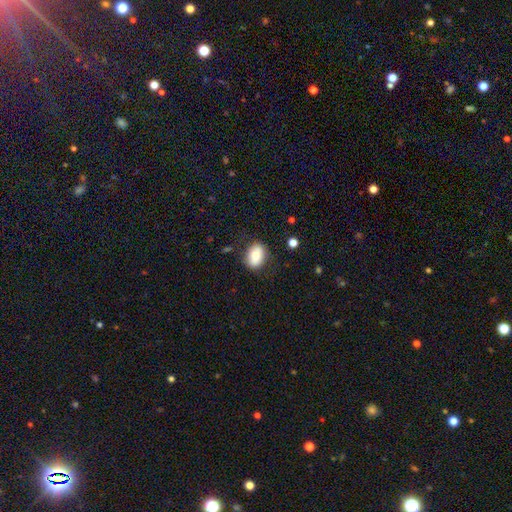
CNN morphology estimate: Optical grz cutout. It shows a smooth galaxy with no disk features (78%) that is in between round and cigar-shaped (72%). Merging: none (80%).